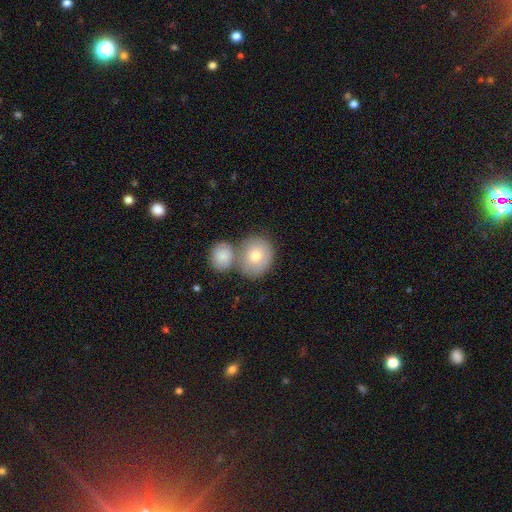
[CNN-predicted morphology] The model was most divided on "merging": merger: 44%, none: 42%, minor disturbance: 10%, major disturbance: 3%. More confident: smooth or featured — smooth (77%); how rounded — round (67%).